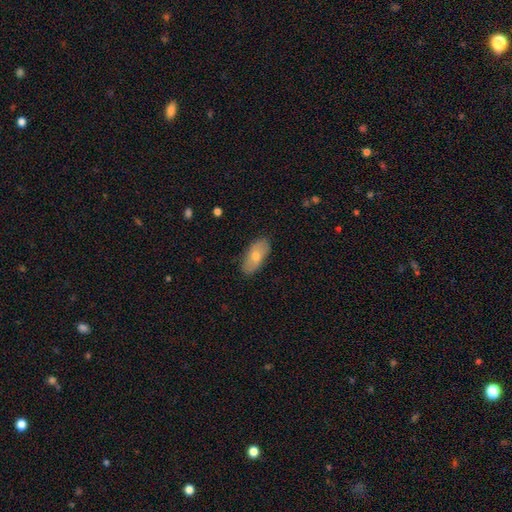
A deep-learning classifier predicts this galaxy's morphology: The model was most divided on "smooth or featured": smooth: 74%, featured or disk: 20%, star or artifact: 6%. More confident: how rounded — in between (91%); merging — none (85%).